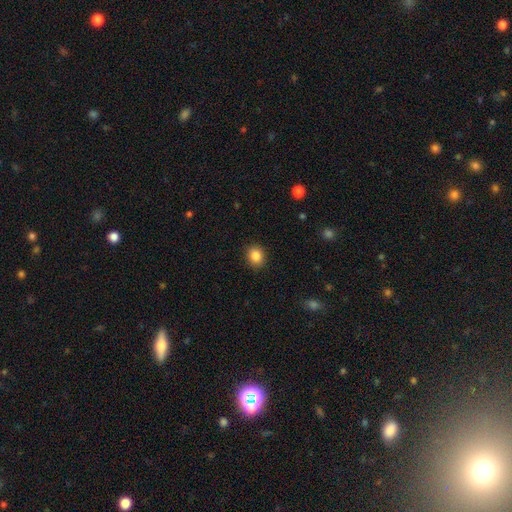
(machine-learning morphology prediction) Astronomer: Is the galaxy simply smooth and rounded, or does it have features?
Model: smooth — 86%.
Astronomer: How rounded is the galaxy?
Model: round — 66%.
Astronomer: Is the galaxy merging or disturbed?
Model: none — 89%.